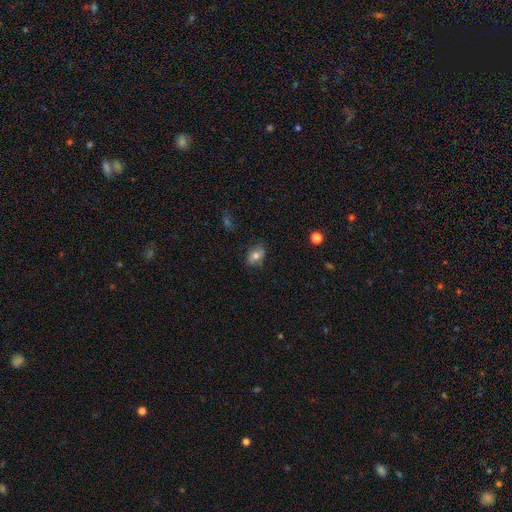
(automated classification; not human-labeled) A smooth galaxy with no disk features (72%) that is in between round and cigar-shaped (79%).

Vote fractions:
- Smooth or featured? smooth: 72% / featured or disk: 18% / star or artifact: 10%
- How rounded? in between: 79% / round: 20% / cigar-shaped: 2%
- Merging? none: 78% / minor disturbance: 17% / major disturbance: 4% / merger: 1%